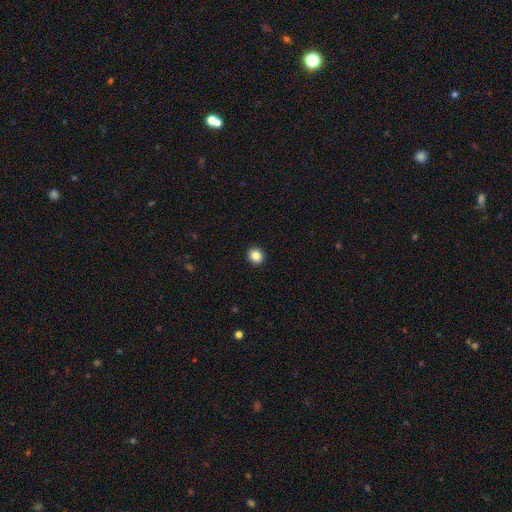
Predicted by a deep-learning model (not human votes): Overall: smooth (86%). How rounded: round (78%). Merging: none (92%).